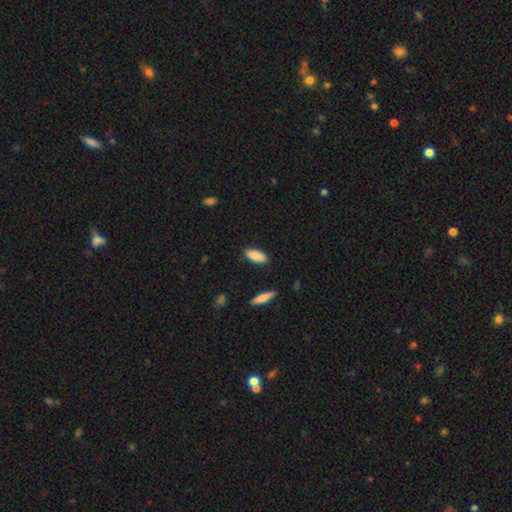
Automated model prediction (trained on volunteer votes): smooth 87%, featured or disk 7%, star or artifact 6%. Down the decision tree: how rounded — in between (80%); merging — none (85%).